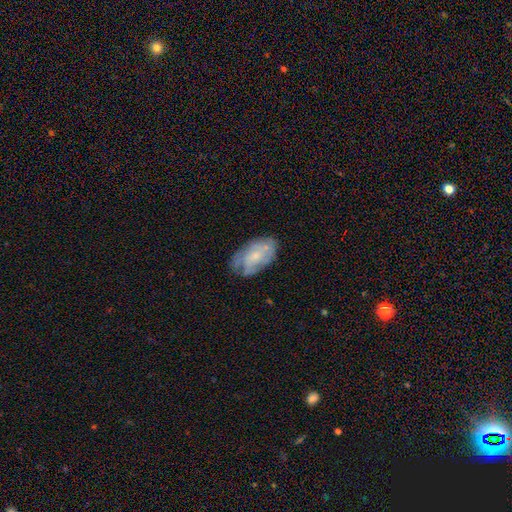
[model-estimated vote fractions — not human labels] Q: Smooth or featured?
A: featured or disk (54%); runner-up: smooth (38%)
Q: Edge-on disk?
A: no (95%); runner-up: yes (5%)
Q: Bar?
A: no (74%); runner-up: weak (22%)
Q: Spiral arms?
A: yes (68%); runner-up: no (32%)
Q: Bulge size?
A: small (56%); runner-up: moderate (28%)
Q: Merging?
A: none (63%); runner-up: minor disturbance (26%)